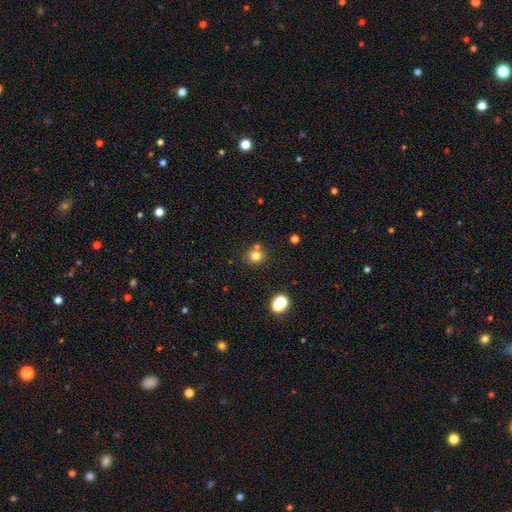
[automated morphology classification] Q: Smooth or featured?
A: smooth (77%); runner-up: star or artifact (15%)
Q: How rounded?
A: round (86%); runner-up: in between (13%)
Q: Merging?
A: none (69%); runner-up: merger (19%)